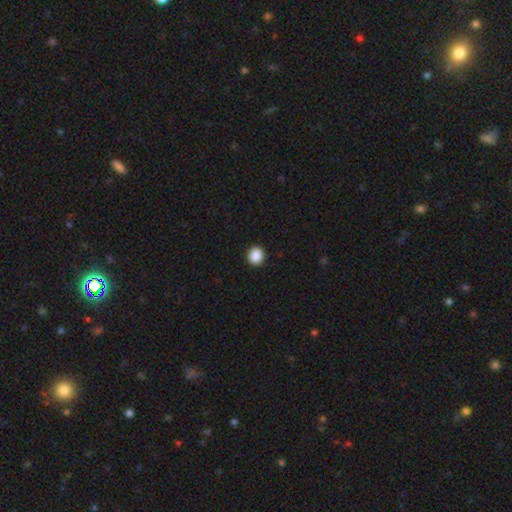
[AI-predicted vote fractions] A smooth galaxy with no disk features (89%) that is round (83%). Merging: none (92%).